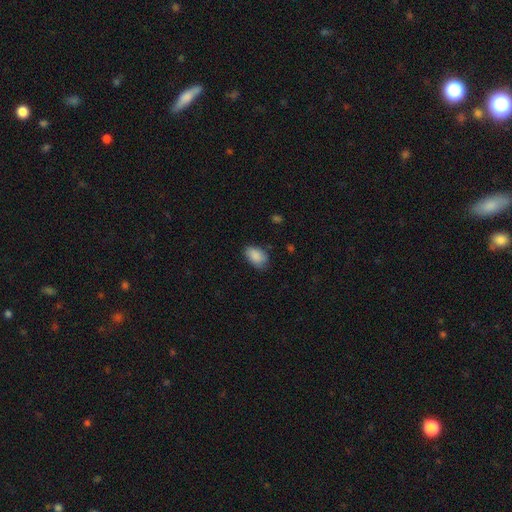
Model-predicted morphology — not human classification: smooth_or_featured: smooth (p=0.88) [alt: star or artifact p=0.07]
how_rounded: in between (p=0.88) [alt: round p=0.10]
merging: none (p=0.72) [alt: minor disturbance p=0.22]